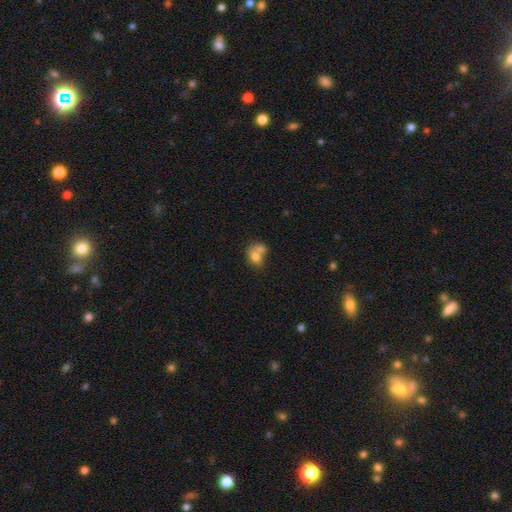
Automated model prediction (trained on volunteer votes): The model was most divided on "how rounded": in between: 56%, round: 43%, cigar-shaped: 1%. More confident: smooth or featured — smooth (71%); merging — merger (65%).